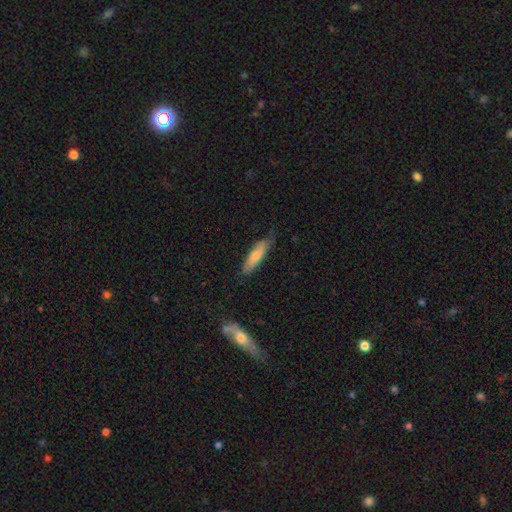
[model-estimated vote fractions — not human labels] smooth-or-featured: smooth: 71% | featured or disk: 23% | star or artifact: 6%
  how-rounded: cigar-shaped: 60% | in between: 38% | round: 2%
  merging: none: 66% | minor disturbance: 27% | major disturbance: 5% | merger: 2%